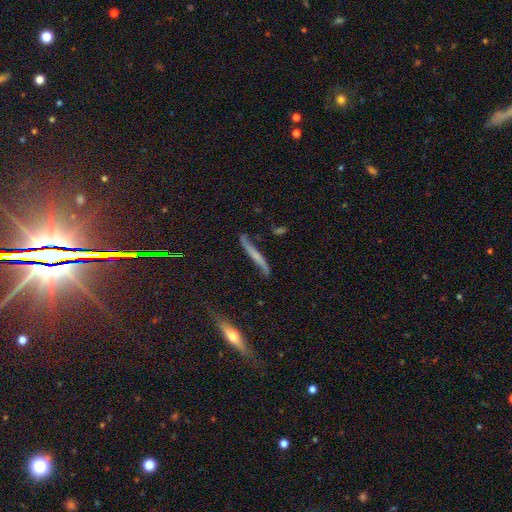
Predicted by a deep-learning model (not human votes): This appears to be a featured or disk galaxy (60%) viewed edge-on (72%). Merging: none (67%).